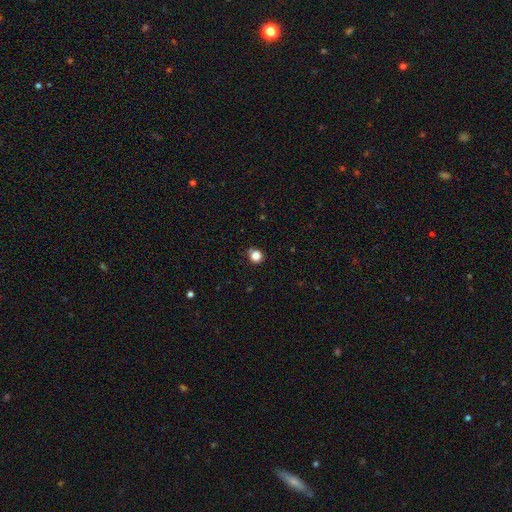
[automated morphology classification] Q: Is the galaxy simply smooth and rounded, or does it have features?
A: smooth — 84%.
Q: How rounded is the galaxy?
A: round — 92%.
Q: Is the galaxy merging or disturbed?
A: none — 84%.